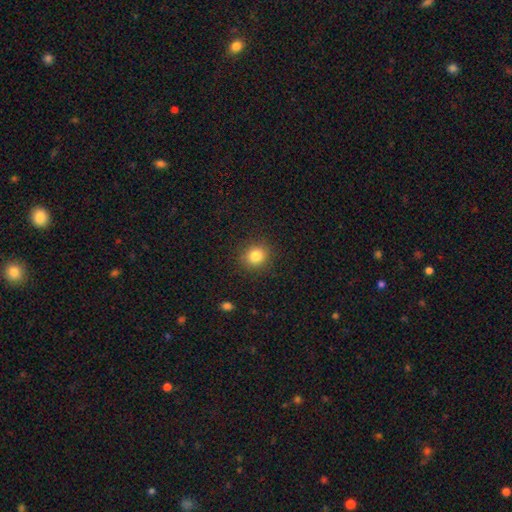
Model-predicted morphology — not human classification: Smooth or featured?
  - smooth: 82% *
  - star or artifact: 12%
  - featured or disk: 6%
How rounded?
  - round: 83% *
  - in between: 16%
  - cigar-shaped: 1%
Merging?
  - none: 89% *
  - minor disturbance: 7%
  - major disturbance: 2%
  - merger: 1%